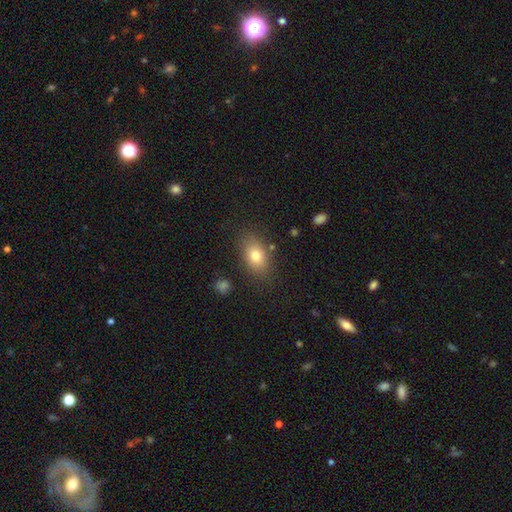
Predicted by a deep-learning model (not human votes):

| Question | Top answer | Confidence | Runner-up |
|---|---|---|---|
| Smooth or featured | smooth | 77% | featured or disk (13%) |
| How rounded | in between | 80% | round (18%) |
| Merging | none | 81% | minor disturbance (13%) |